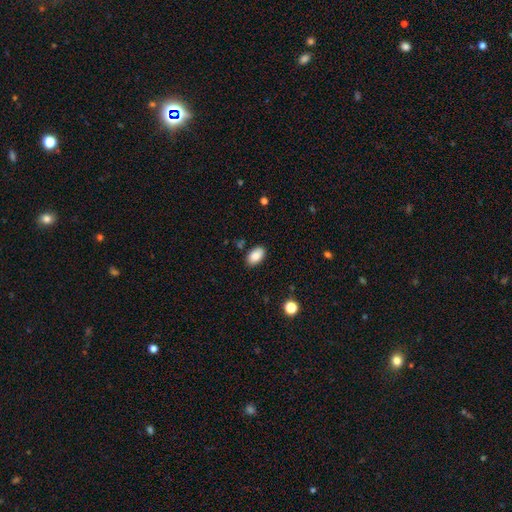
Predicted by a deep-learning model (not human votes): A smooth galaxy with no disk features (88%) that is in between round and cigar-shaped (93%). Merging: none (85%).